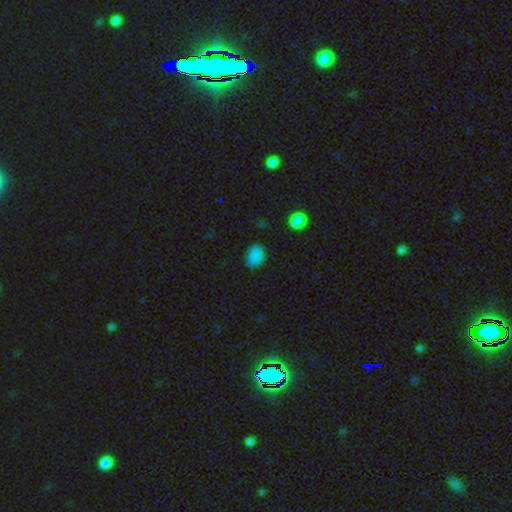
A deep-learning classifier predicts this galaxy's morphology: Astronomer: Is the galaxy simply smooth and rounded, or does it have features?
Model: smooth — 82%.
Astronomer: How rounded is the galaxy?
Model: in between — 75%.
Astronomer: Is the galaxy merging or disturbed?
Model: none — 72%.